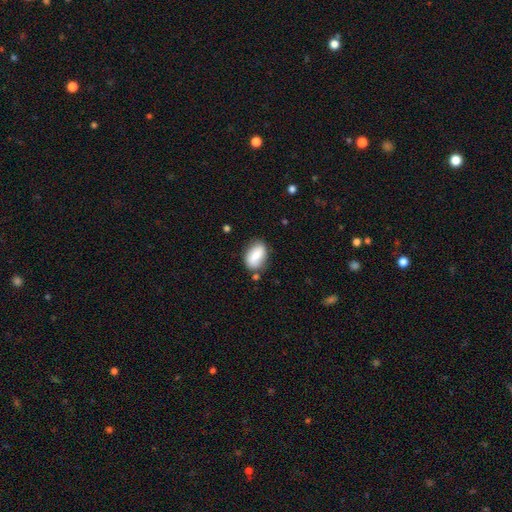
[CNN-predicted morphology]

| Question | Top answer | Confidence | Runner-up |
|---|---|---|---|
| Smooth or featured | smooth | 76% | featured or disk (17%) |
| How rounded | in between | 88% | round (9%) |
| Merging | none | 70% | minor disturbance (20%) |